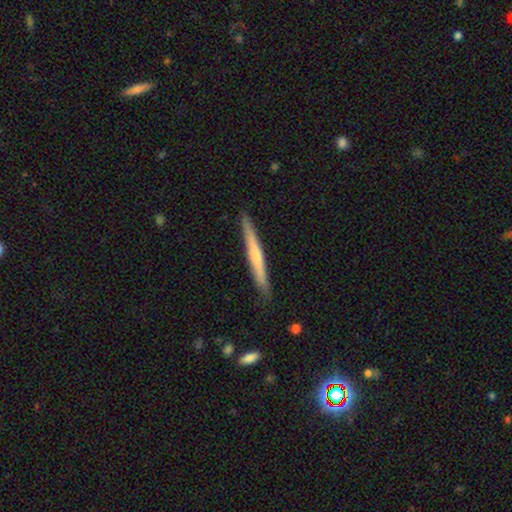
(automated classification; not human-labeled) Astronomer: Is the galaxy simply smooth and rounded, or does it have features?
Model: featured or disk — 48% (runner-up: smooth, 47%).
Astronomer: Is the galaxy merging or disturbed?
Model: none — 89%.